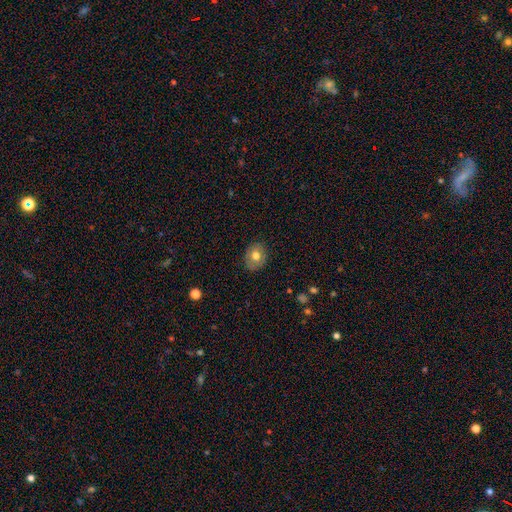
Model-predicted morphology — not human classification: This is likely a smooth galaxy (68%). How rounded: possibly round (53%). Merging: clearly none (84%).